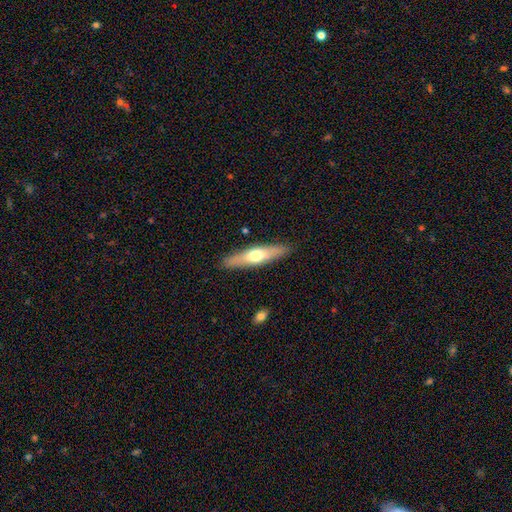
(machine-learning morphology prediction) Smooth or featured?
  - smooth: 50% *
  - featured or disk: 45%
  - star or artifact: 5%
Merging?
  - none: 89% *
  - minor disturbance: 8%
  - major disturbance: 2%
  - merger: 1%